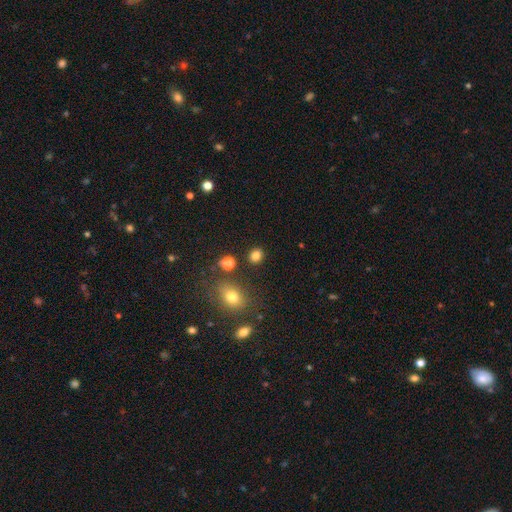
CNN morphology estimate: smooth-or-featured: smooth: 81% | star or artifact: 14% | featured or disk: 5%
  how-rounded: round: 74% | in between: 25% | cigar-shaped: 1%
  merging: none: 86% | minor disturbance: 8% | merger: 4% | major disturbance: 3%